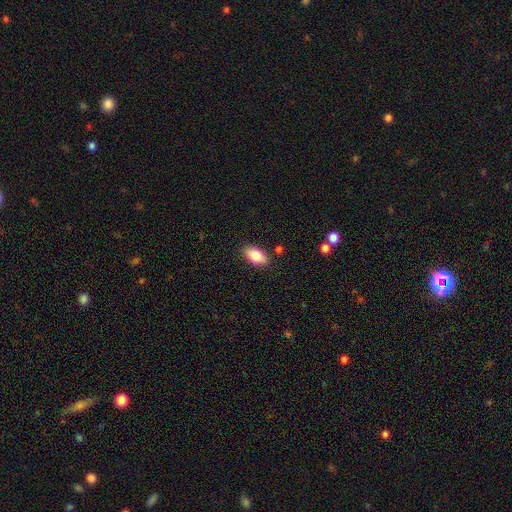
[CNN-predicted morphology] Overall: smooth (82%). How rounded: in between (92%). Merging: none (86%).